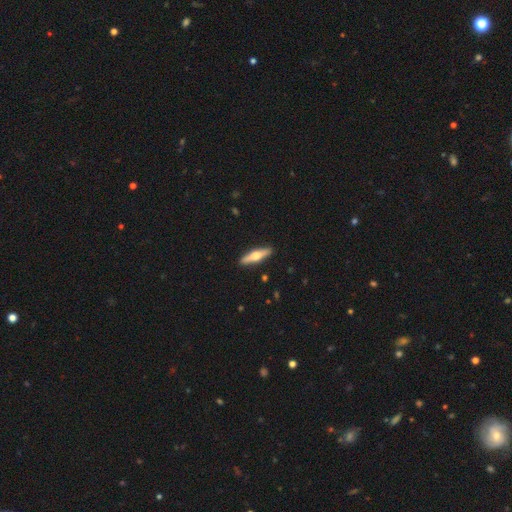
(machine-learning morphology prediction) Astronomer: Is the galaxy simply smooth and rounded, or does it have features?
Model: featured or disk — 56% (runner-up: smooth, 39%).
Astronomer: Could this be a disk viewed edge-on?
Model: yes — 95%.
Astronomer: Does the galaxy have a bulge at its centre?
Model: rounded — 94%.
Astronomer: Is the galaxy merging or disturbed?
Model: none — 91%.